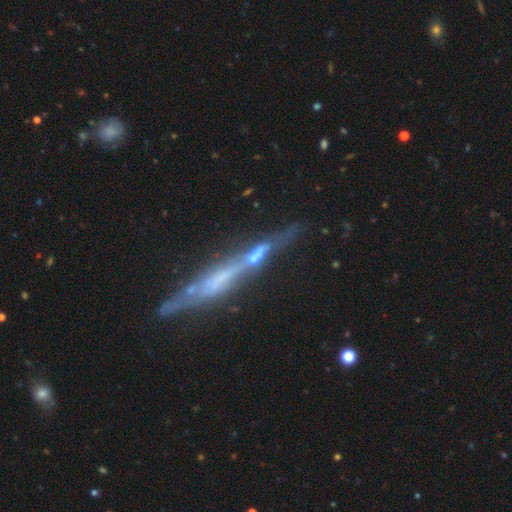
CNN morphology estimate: This appears to be a featured or disk galaxy (56%) viewed edge-on (66%). Merging: none (41%).